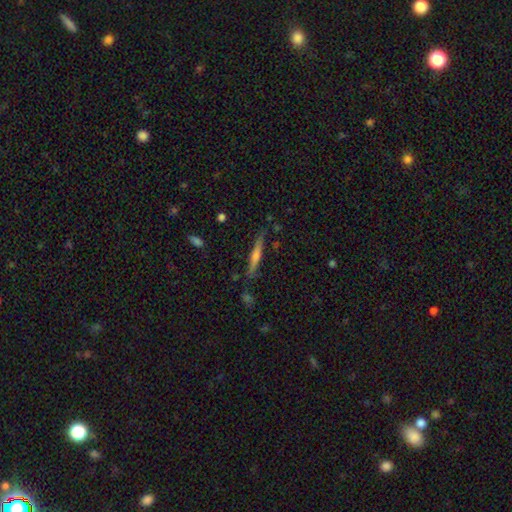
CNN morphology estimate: A featured or disk galaxy (65%) viewed edge-on (97%) with a rounded central bulge (72%).

Vote fractions:
- Smooth or featured? featured or disk: 65% / smooth: 28% / star or artifact: 7%
- Edge-on disk? yes: 97% / no: 3%
- Edge-on bulge? rounded: 72% / none: 16% / boxy: 13%
- Merging? none: 86% / minor disturbance: 10% / merger: 2% / major disturbance: 2%